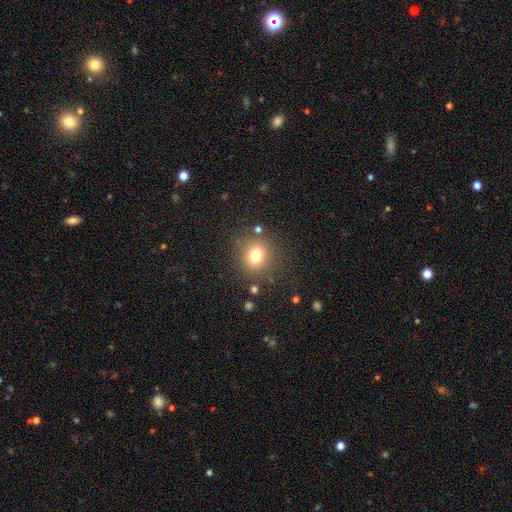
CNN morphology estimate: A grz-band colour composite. It shows a smooth galaxy with no disk features (75%) that is round (82%). Merging: none (83%).